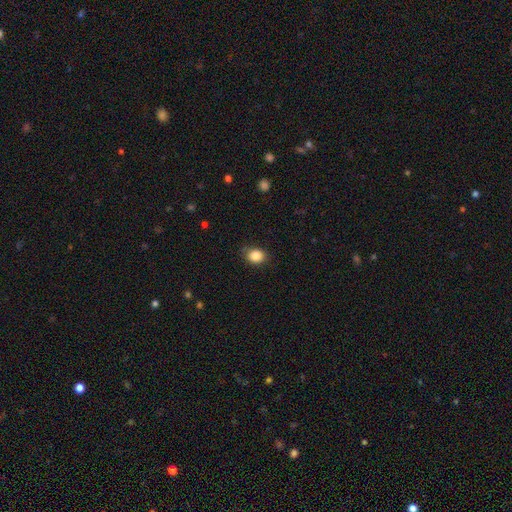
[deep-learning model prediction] smooth_or_featured: smooth (p=0.86) [alt: star or artifact p=0.10]
how_rounded: round (p=0.50) [alt: in between p=0.49]
merging: none (p=0.79) [alt: minor disturbance p=0.16]